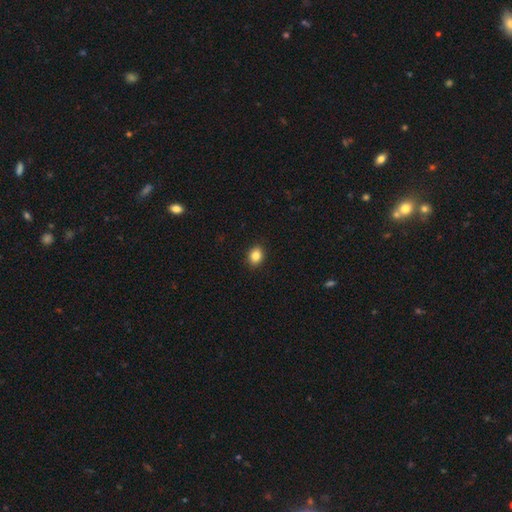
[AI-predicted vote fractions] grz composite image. It shows a smooth galaxy with no disk features (86%) that is in between round and cigar-shaped (56%). Merging: none (91%).